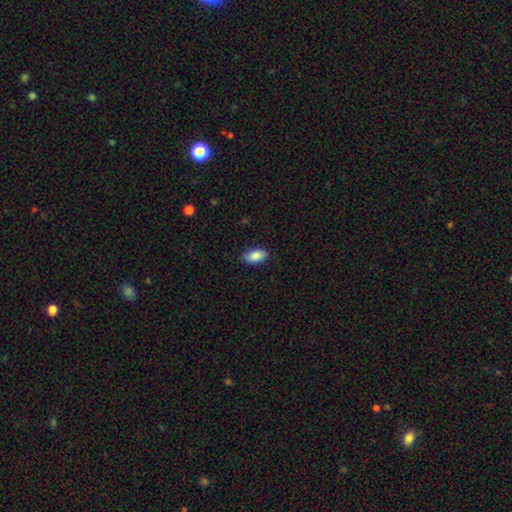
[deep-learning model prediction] The model was most divided on "merging": none: 84%, minor disturbance: 13%, major disturbance: 2%, merger: 1%. More confident: how rounded — in between (92%); smooth or featured — smooth (86%).